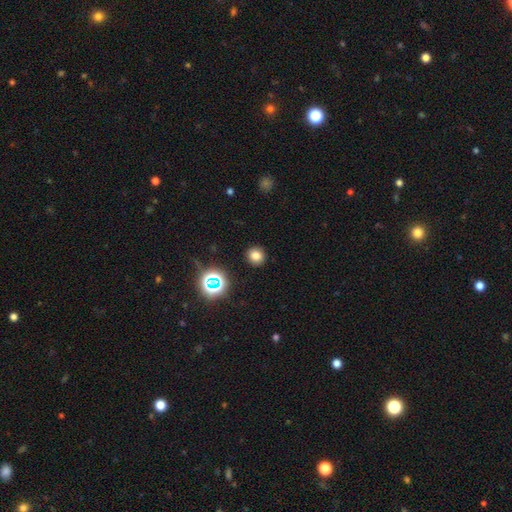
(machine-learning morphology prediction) Smooth or featured?
  - smooth: 75% *
  - star or artifact: 18%
  - featured or disk: 7%
How rounded?
  - round: 85% *
  - in between: 14%
  - cigar-shaped: 1%
Merging?
  - none: 91% *
  - minor disturbance: 6%
  - major disturbance: 2%
  - merger: 1%